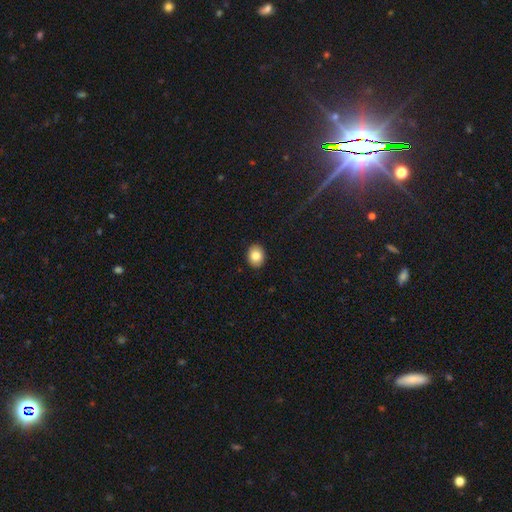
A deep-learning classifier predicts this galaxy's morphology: smooth-or-featured: smooth: 84% | star or artifact: 8% | featured or disk: 7%
  how-rounded: in between: 53% | round: 46% | cigar-shaped: 1%
  merging: none: 91% | minor disturbance: 7% | major disturbance: 2% | merger: 1%